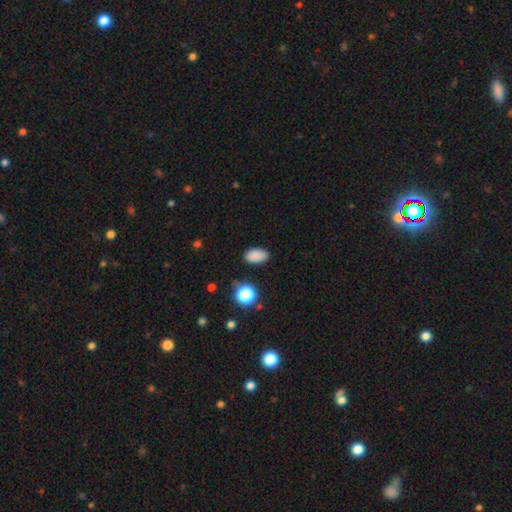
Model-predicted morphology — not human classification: This appears to be a smooth galaxy with no disk features (85%) that is in between round and cigar-shaped (91%). Merging: none (85%).